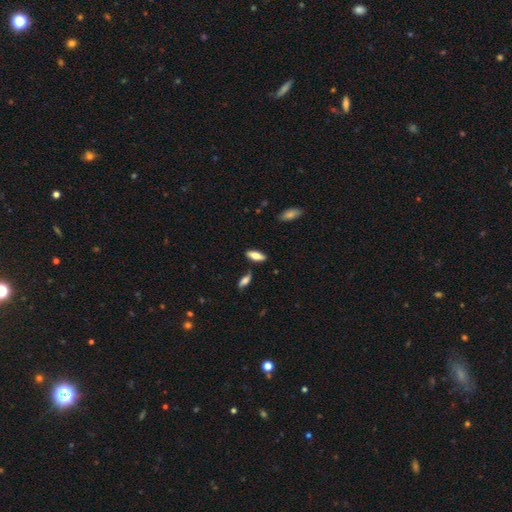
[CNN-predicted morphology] Smooth or featured? smooth (76%)
How rounded? in between (74%)
Merging? none (78%)